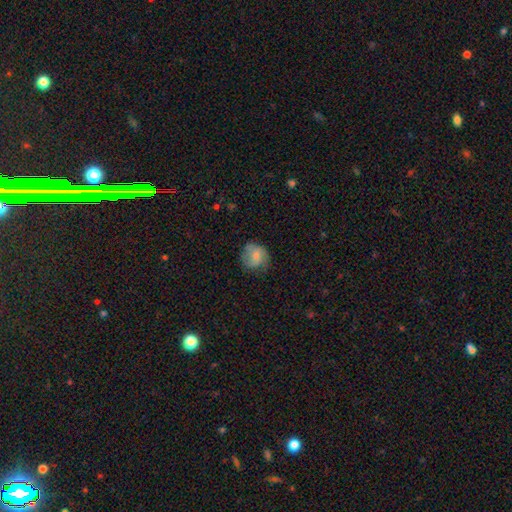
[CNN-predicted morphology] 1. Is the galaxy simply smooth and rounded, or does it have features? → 70% smooth, 23% featured or disk, 8% star or artifact.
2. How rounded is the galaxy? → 84% round, 15% in between, 1% cigar-shaped.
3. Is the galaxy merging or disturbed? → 67% none, 24% minor disturbance, 8% major disturbance, 1% merger.